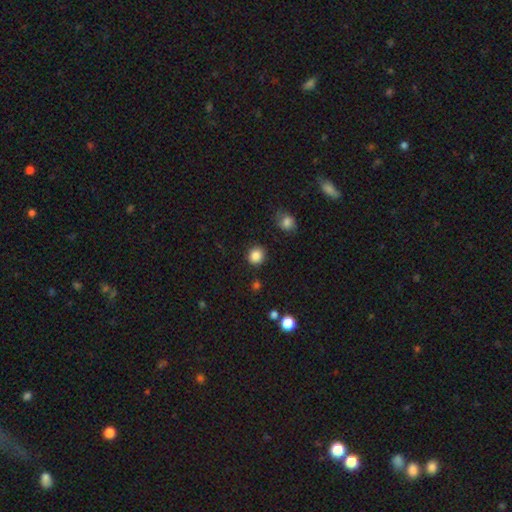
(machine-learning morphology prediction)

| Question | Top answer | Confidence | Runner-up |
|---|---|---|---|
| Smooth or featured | smooth | 86% | star or artifact (11%) |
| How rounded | round | 88% | in between (11%) |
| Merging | none | 88% | minor disturbance (7%) |